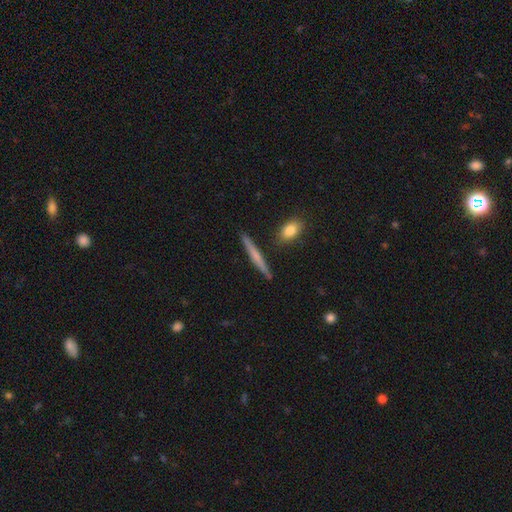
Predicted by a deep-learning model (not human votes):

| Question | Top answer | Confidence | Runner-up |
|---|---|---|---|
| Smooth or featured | smooth | 49% | featured or disk (45%) |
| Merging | none | 88% | minor disturbance (8%) |